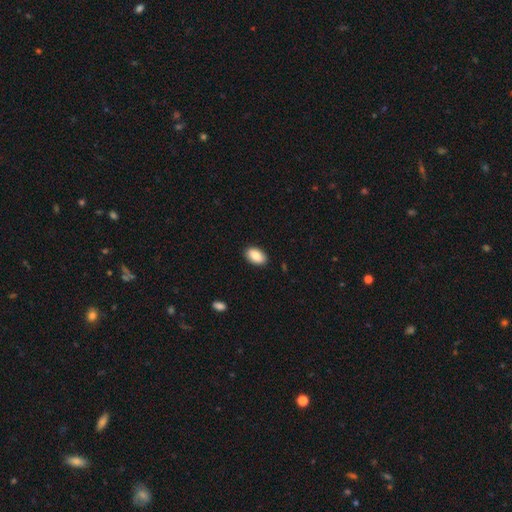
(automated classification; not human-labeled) smooth_or_featured: smooth (p=0.87) [alt: star or artifact p=0.07]
how_rounded: in between (p=0.93) [alt: round p=0.06]
merging: none (p=0.89) [alt: minor disturbance p=0.08]